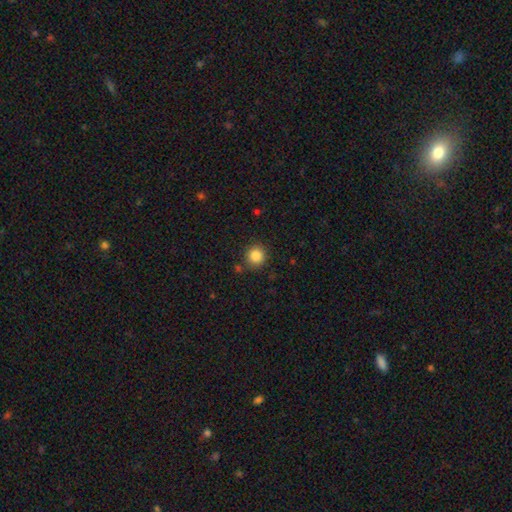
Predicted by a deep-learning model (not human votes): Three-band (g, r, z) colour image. It shows a smooth galaxy with no disk features (85%) that is round (92%). Merging: none (85%).